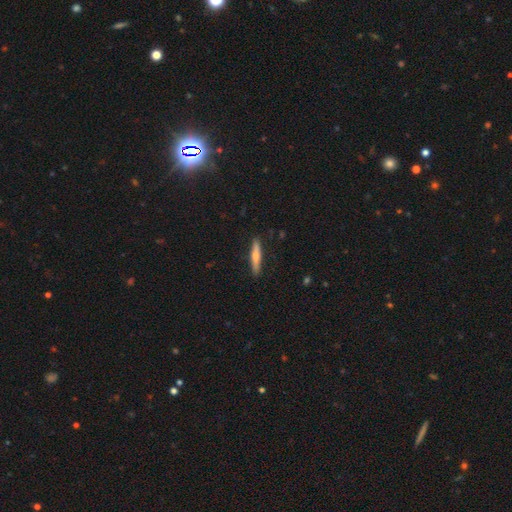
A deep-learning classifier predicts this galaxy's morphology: The model was most divided on "smooth or featured": smooth: 63%, featured or disk: 32%, star or artifact: 6%. More confident: how rounded — cigar-shaped (91%); merging — none (90%).